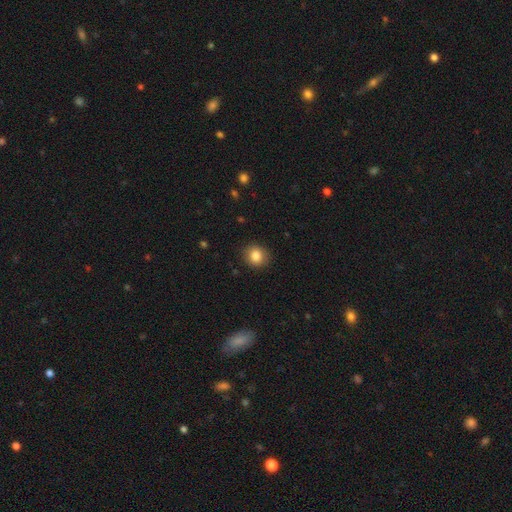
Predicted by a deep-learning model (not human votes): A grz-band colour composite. It shows a smooth galaxy with no disk features (85%) that is round (80%). Merging: none (88%).